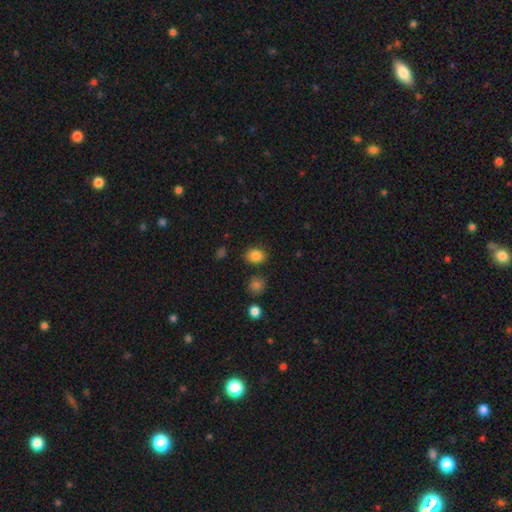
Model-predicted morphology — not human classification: This appears to be a smooth galaxy with no disk features (85%) that is in between round and cigar-shaped (56%). Merging: none (82%).